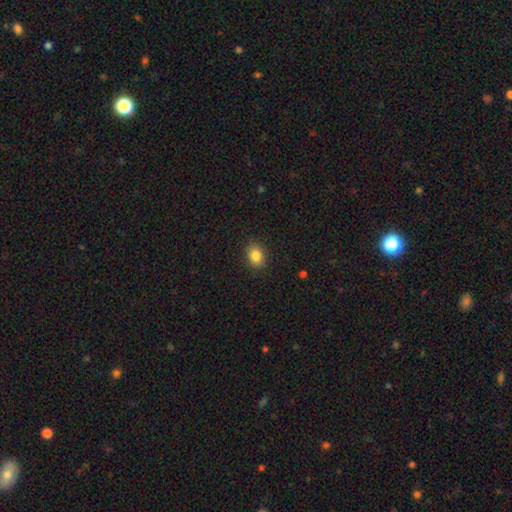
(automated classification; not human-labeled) Overall: smooth (84%). How rounded: in between (58%; round 41%). Merging: none (88%).